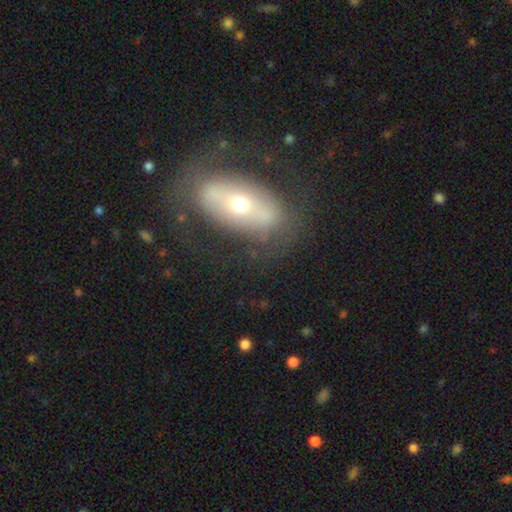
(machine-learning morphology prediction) Smooth or featured?
  - featured or disk: 56% *
  - smooth: 35%
  - star or artifact: 9%
Edge-on disk?
  - no: 83% *
  - yes: 17%
Merging?
  - none: 72% *
  - minor disturbance: 15%
  - major disturbance: 11%
  - merger: 2%